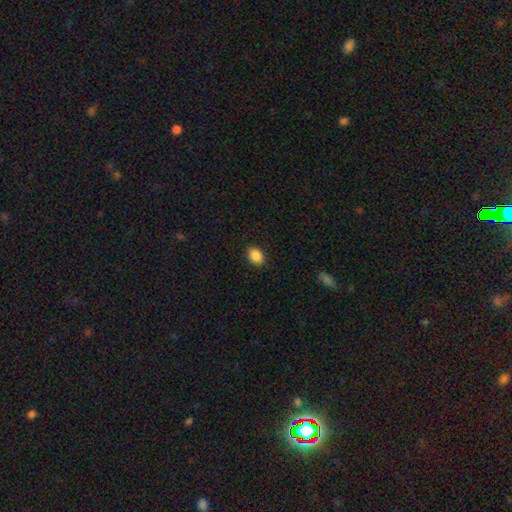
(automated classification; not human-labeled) Q: Smooth or featured?
A: smooth (88%); runner-up: star or artifact (8%)
Q: How rounded?
A: in between (73%); runner-up: round (26%)
Q: Merging?
A: none (90%); runner-up: minor disturbance (7%)